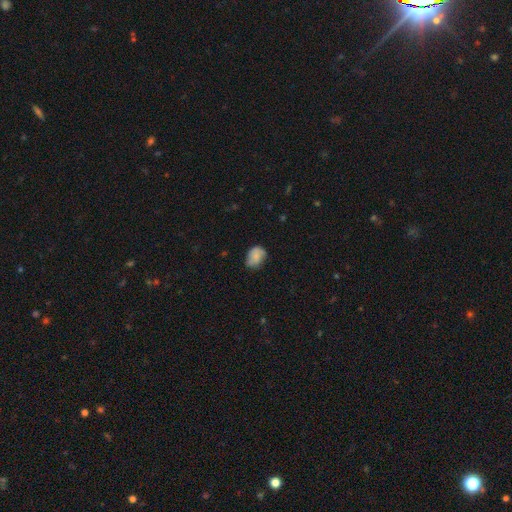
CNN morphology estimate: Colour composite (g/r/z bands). It shows a smooth galaxy with no disk features (70%) that is in between round and cigar-shaped (63%). Merging: none (61%).